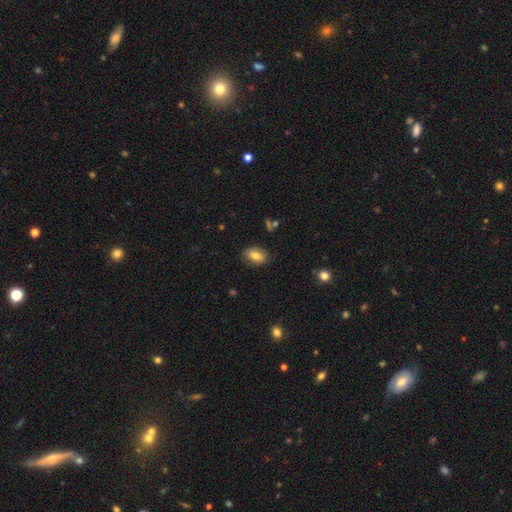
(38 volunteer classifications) This appears to be a smooth galaxy with no disk features (82%) that is in between round and cigar-shaped (84%). Merging: none (78%).